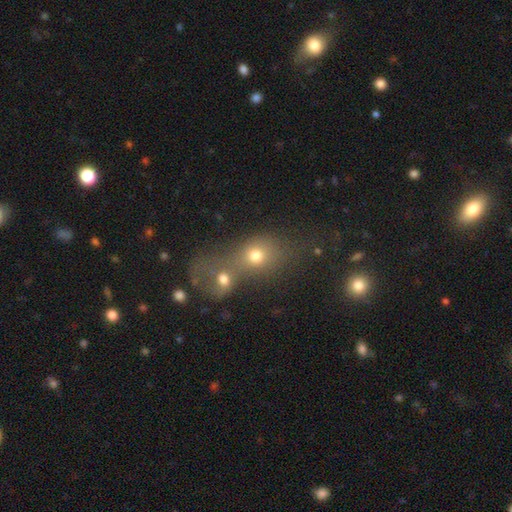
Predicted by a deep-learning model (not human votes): Overall: smooth (69%). How rounded: round (62%; in between 37%). Merging: merger (69%).